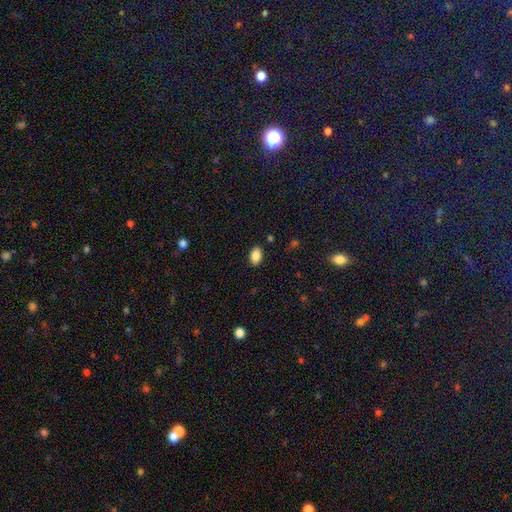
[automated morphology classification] smooth_or_featured: smooth (p=0.87) [alt: star or artifact p=0.08]
how_rounded: in between (p=0.89) [alt: round p=0.10]
merging: none (p=0.88) [alt: minor disturbance p=0.09]